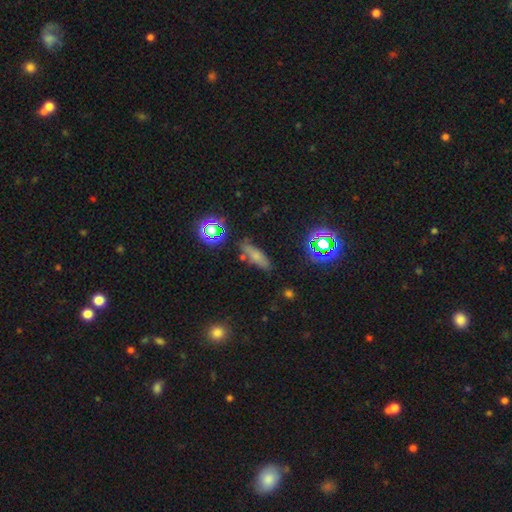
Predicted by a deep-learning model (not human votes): smooth-or-featured: smooth: 64% | star or artifact: 20% | featured or disk: 16%
  how-rounded: cigar-shaped: 51% | in between: 44% | round: 5%
  merging: none: 73% | minor disturbance: 16% | merger: 6% | major disturbance: 5%